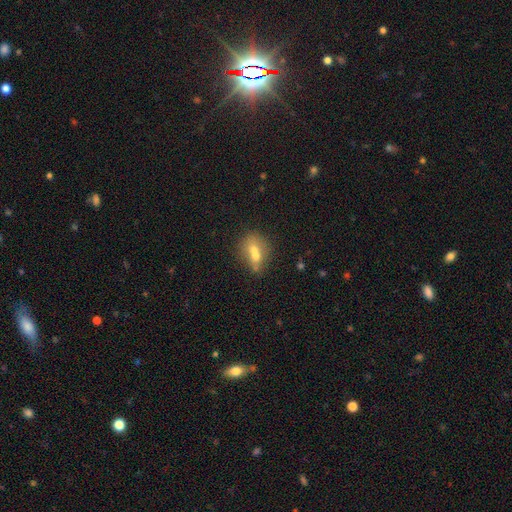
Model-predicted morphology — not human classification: Smooth or featured: smooth — 60% (featured or disk — 27%)
How rounded: in between — 56% (round — 35%)
Merging: merger — 43% (none — 39%)